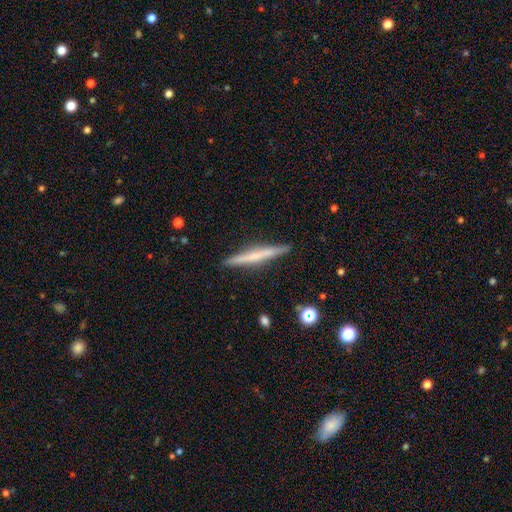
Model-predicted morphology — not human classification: Smooth or featured: featured or disk — 52% (smooth — 42%)
Edge-on disk: yes — 97% (no — 3%)
Edge-on bulge: none — 61% (rounded — 30%)
Merging: none — 91% (minor disturbance — 6%)